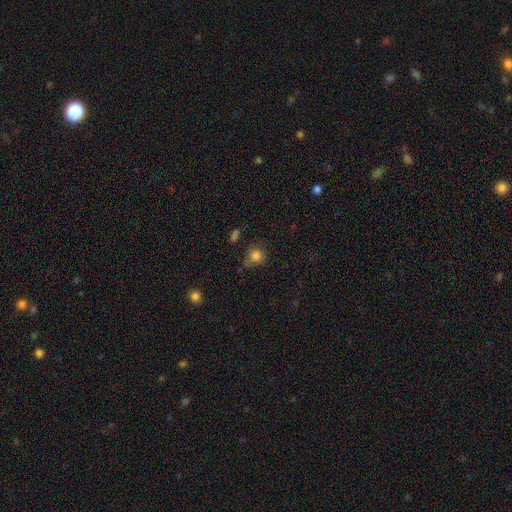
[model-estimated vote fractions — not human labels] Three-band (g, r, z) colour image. It shows a smooth galaxy with no disk features (81%) that is round (84%). Merging: none (63%).